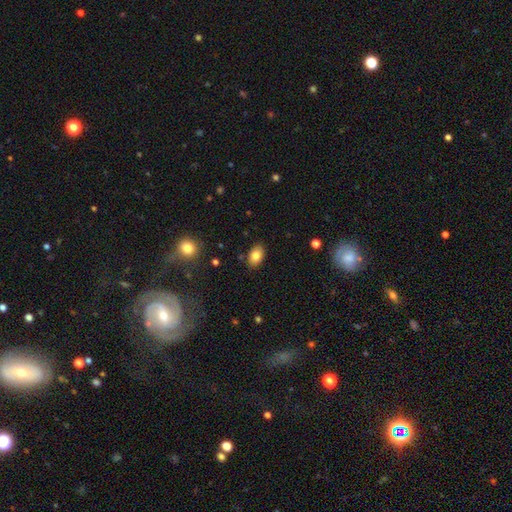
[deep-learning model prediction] Smooth or featured?
  - smooth: 81% *
  - featured or disk: 10%
  - star or artifact: 8%
How rounded?
  - in between: 87% *
  - round: 12%
  - cigar-shaped: 1%
Merging?
  - none: 87% *
  - minor disturbance: 9%
  - major disturbance: 2%
  - merger: 1%